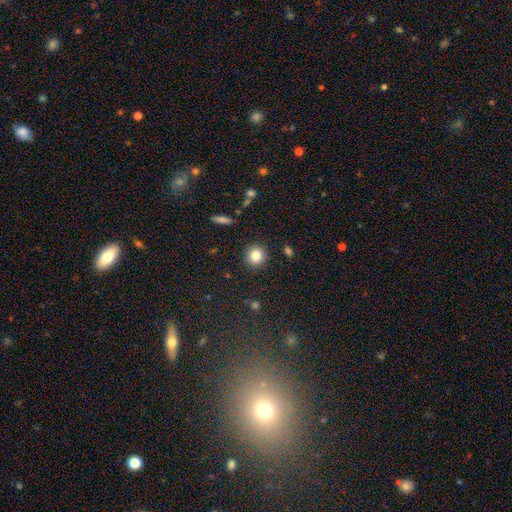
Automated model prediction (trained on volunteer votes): The model was most divided on "smooth or featured": smooth: 83%, star or artifact: 10%, featured or disk: 7%. More confident: how rounded — round (92%); merging — none (90%).